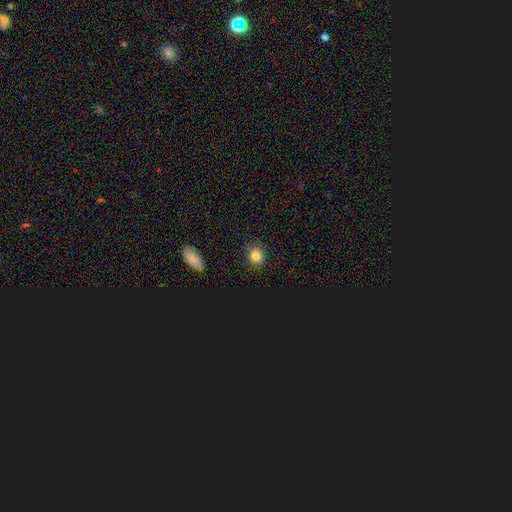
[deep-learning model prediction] Morphology: type=smooth (79%); roundness=round (83%); merging=none (86%).